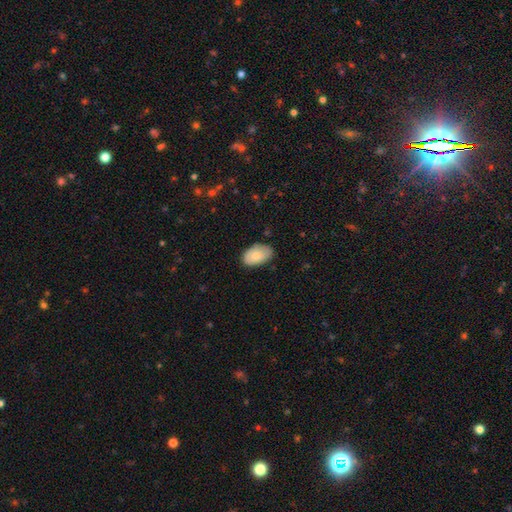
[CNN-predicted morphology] Smooth or featured? smooth (81%)
How rounded? in between (94%)
Merging? none (76%)